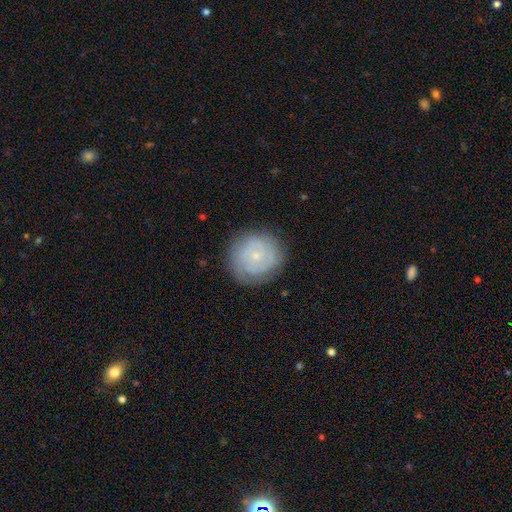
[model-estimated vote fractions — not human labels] This is likely a featured or disk galaxy (62%). It is clearly not viewed edge-on (98%). Bar: likely no (79%). Spiral arm pattern: clearly yes (86%). Spiral arm count: marginally can't tell (39%). Spiral winding: likely tight (73%). Central bulge: likely small (78%). Merging: clearly none (81%).